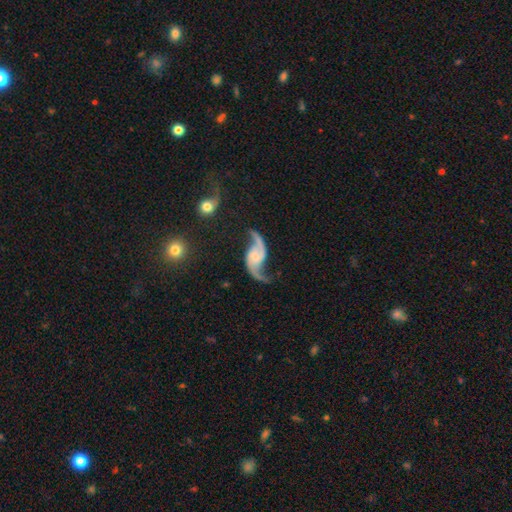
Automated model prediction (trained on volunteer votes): A featured or disk galaxy (91%) with no bar (56%), 2 (94%) loose (86%) spiral arms (97%) and a small central bulge (50%).

Vote fractions:
- Smooth or featured? featured or disk: 91% / smooth: 5% / star or artifact: 5%
- Edge-on disk? no: 97% / yes: 3%
- Bar? no: 56% / weak: 34% / strong: 10%
- Spiral arms? yes: 97% / no: 3%
- Spiral winding? loose: 86% / medium: 11% / tight: 3%
- Spiral arm count? 2: 94% / 1: 2% / can't tell: 1% / 3: 1% / 4: 1% / more than 4: 1%
- Bulge size? small: 50% / none: 24% / moderate: 20% / large: 4% / dominant: 2%
- Merging? none: 68% / minor disturbance: 16% / major disturbance: 12% / merger: 4%